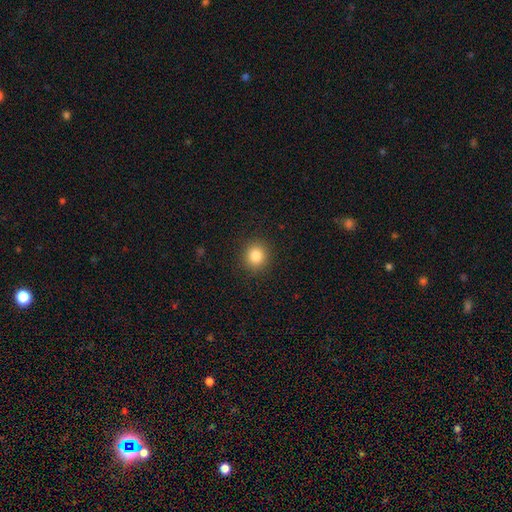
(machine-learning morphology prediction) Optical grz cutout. It shows a smooth galaxy with no disk features (84%) that is round (88%). Merging: none (90%).